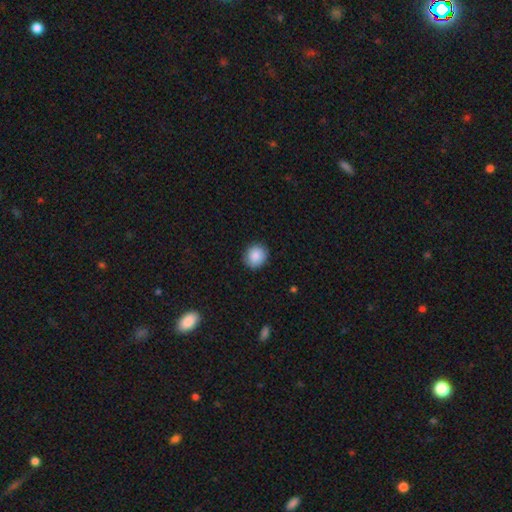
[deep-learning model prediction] smooth_or_featured: smooth (p=0.88) [alt: star or artifact p=0.08]
how_rounded: round (p=0.86) [alt: in between p=0.13]
merging: none (p=0.89) [alt: minor disturbance p=0.08]